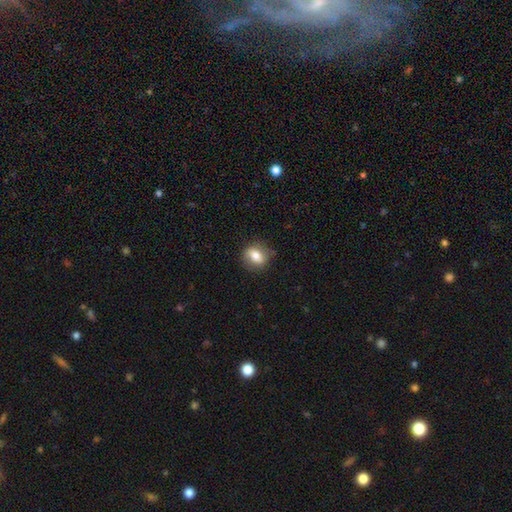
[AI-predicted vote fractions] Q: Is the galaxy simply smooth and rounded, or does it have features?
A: smooth — 74%.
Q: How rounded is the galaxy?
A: round — 51%.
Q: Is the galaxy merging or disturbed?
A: none — 80%.